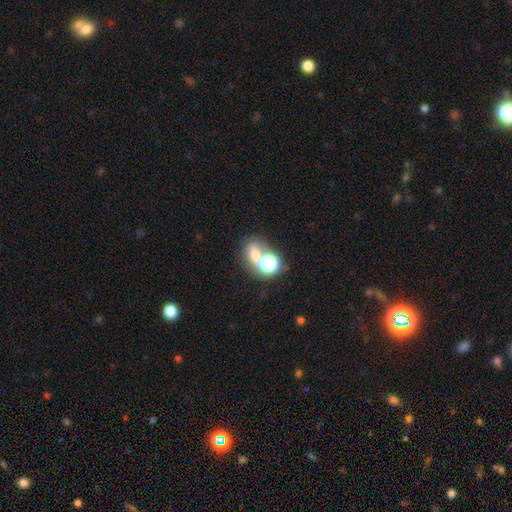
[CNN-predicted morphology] This appears to be a smooth galaxy with no disk features (59%) that is in between round and cigar-shaped (50%). Merging: merger (46%).